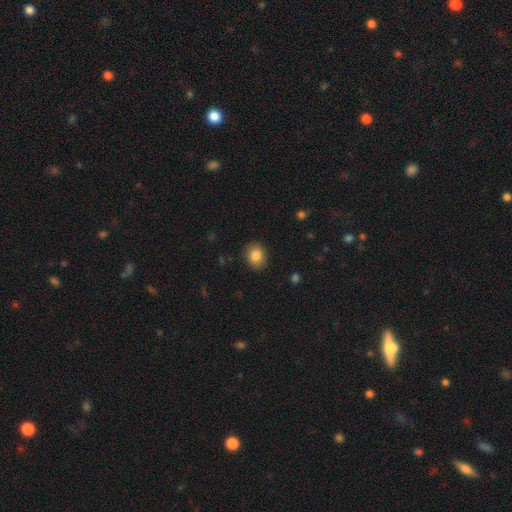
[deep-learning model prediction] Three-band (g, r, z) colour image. It shows a smooth galaxy with no disk features (85%) that is round (59%). Merging: none (89%).